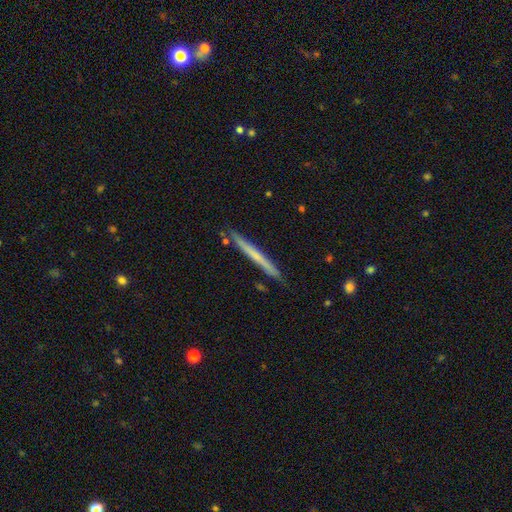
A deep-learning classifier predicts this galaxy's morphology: Smooth or featured?
  - smooth: 52% *
  - featured or disk: 42%
  - star or artifact: 6%
How rounded?
  - cigar-shaped: 97% *
  - in between: 2%
  - round: 1%
Merging?
  - none: 88% *
  - minor disturbance: 9%
  - merger: 2%
  - major disturbance: 2%